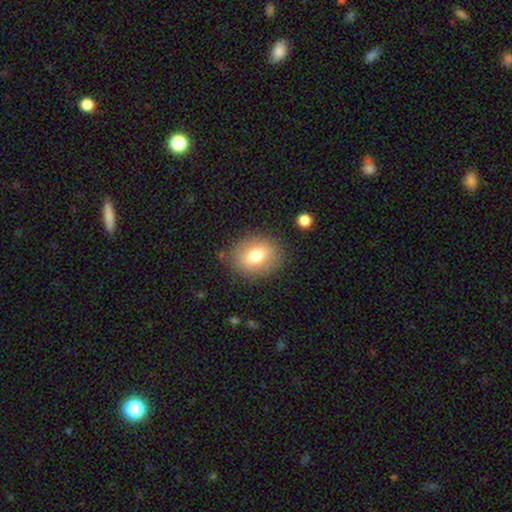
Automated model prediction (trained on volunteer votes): Morphology: type=smooth (74%); roundness=in between (59%); merging=none (83%).